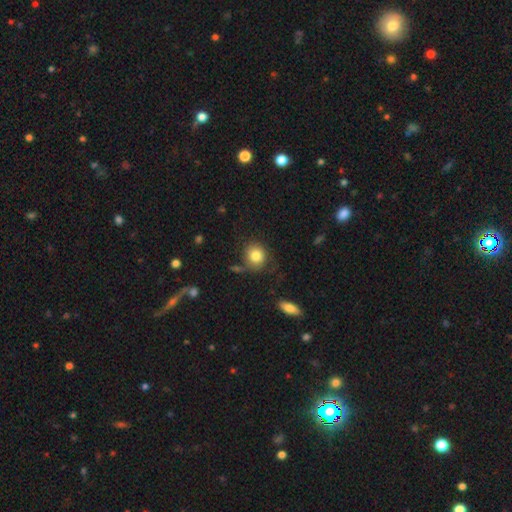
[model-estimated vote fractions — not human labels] Smooth or featured? Predicted: smooth (p=0.82). How rounded? Predicted: round (p=0.84). Merging? Predicted: none (p=0.68).